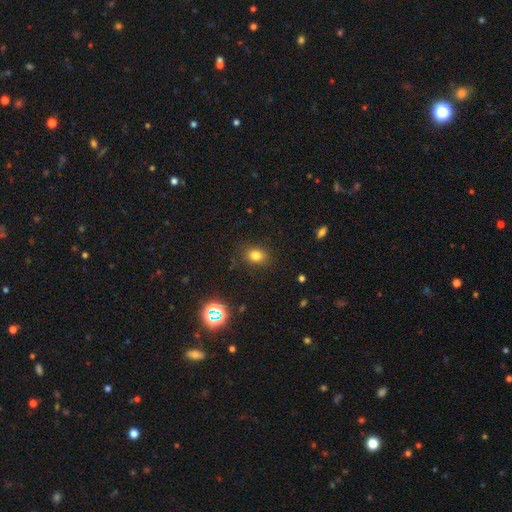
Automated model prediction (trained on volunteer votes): Smooth or featured? smooth (78%)
How rounded? in between (51%)
Merging? none (85%)